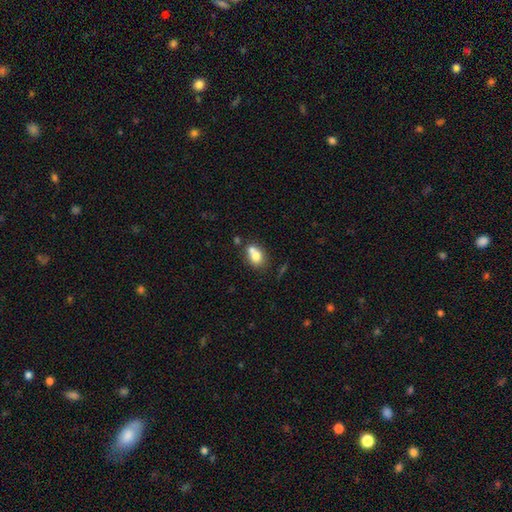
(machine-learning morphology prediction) type=smooth (73%); roundness=in between (53%); merging=merger (45%).